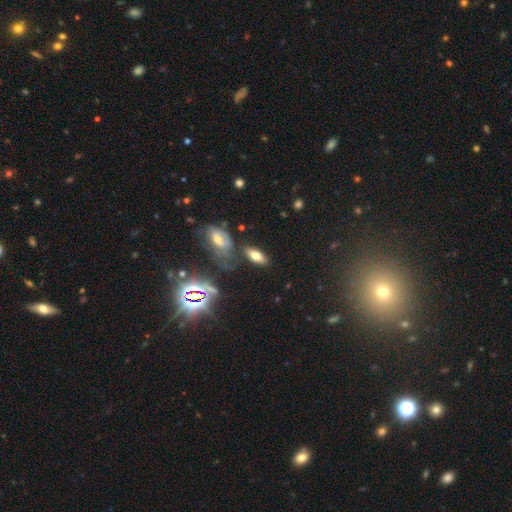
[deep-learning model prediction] Smooth or featured?
  - smooth: 70% *
  - featured or disk: 16%
  - star or artifact: 14%
How rounded?
  - in between: 84% *
  - cigar-shaped: 12%
  - round: 4%
Merging?
  - none: 74% *
  - minor disturbance: 14%
  - merger: 8%
  - major disturbance: 5%